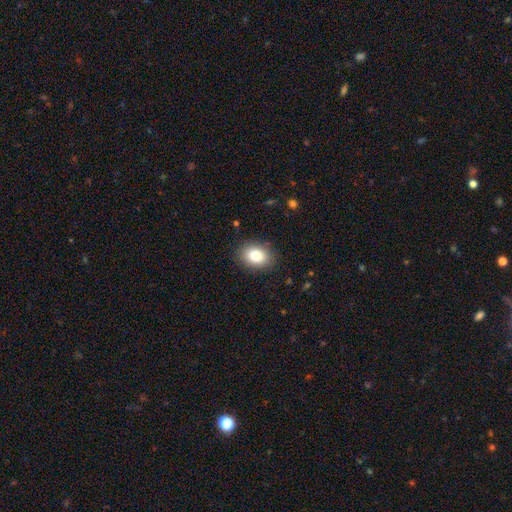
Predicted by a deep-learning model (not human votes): This appears to be a smooth galaxy with no disk features (86%) that is in between round and cigar-shaped (73%). Merging: none (87%).